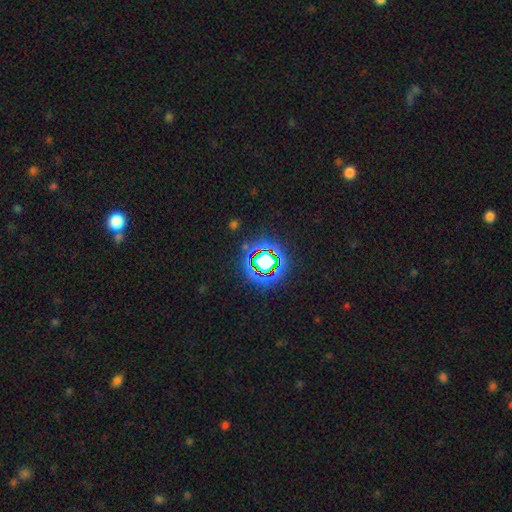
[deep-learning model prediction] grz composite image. It shows a star or artifact, not a galaxy (80%).